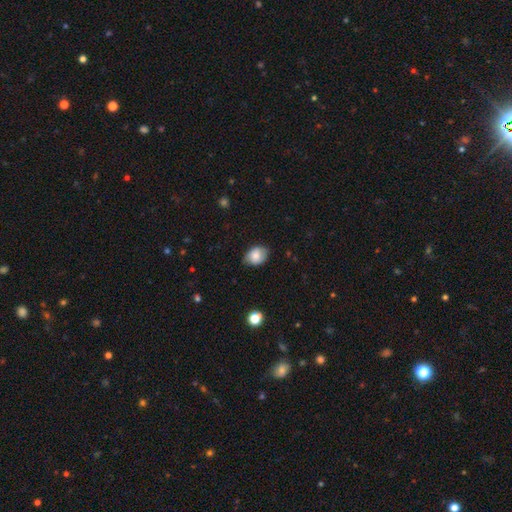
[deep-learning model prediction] Smooth or featured?
  - smooth: 74% *
  - featured or disk: 18%
  - star or artifact: 8%
How rounded?
  - in between: 73% *
  - round: 26%
  - cigar-shaped: 1%
Merging?
  - none: 74% *
  - minor disturbance: 21%
  - major disturbance: 4%
  - merger: 1%